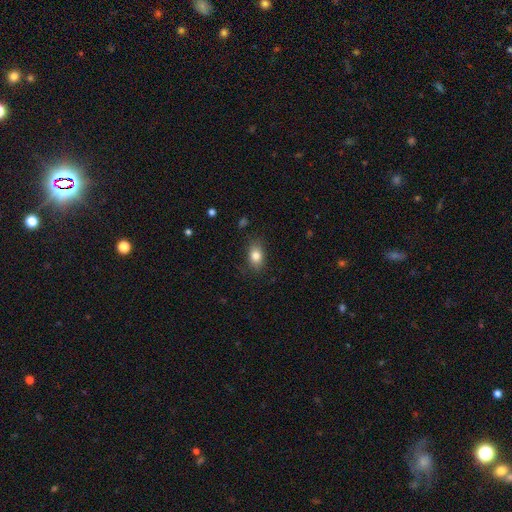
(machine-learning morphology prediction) smooth_or_featured: smooth (p=0.82) [alt: star or artifact p=0.09]
how_rounded: in between (p=0.79) [alt: round p=0.19]
merging: none (p=0.81) [alt: minor disturbance p=0.14]